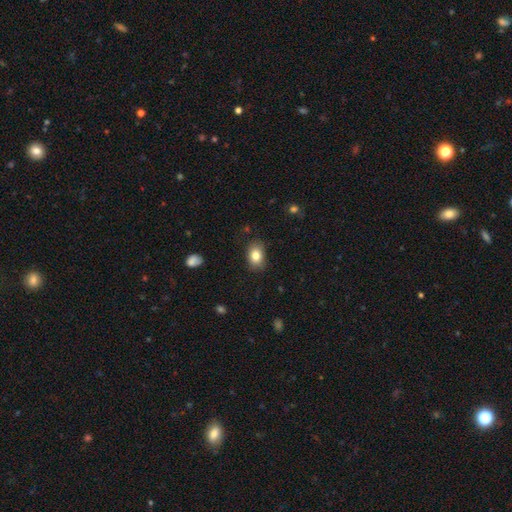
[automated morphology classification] Smooth or featured: smooth — 83% (star or artifact — 9%)
How rounded: in between — 77% (round — 22%)
Merging: none — 82% (minor disturbance — 14%)